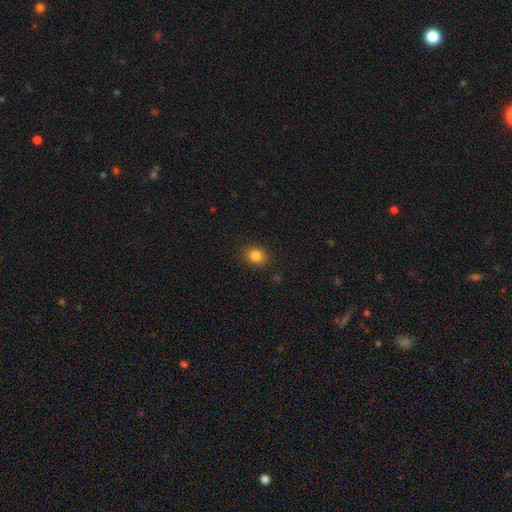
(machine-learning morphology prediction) Smooth or featured? Predicted: smooth (p=0.84). How rounded? Predicted: round (p=0.63). Merging? Predicted: none (p=0.88).